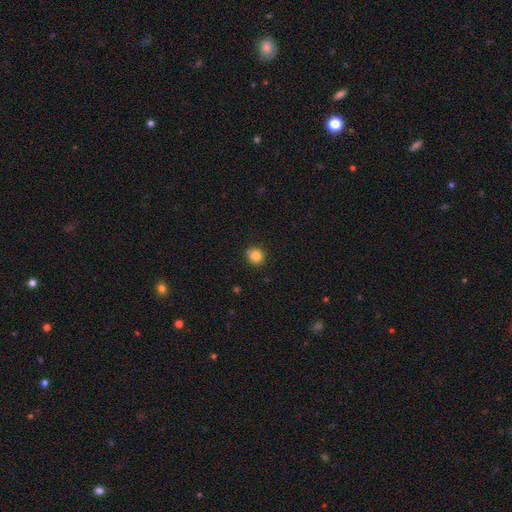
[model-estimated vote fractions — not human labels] Smooth or featured: smooth — 84% (star or artifact — 11%)
How rounded: round — 87% (in between — 12%)
Merging: none — 82% (minor disturbance — 13%)